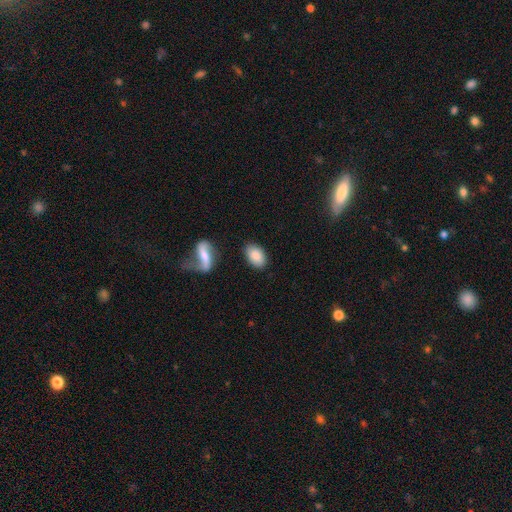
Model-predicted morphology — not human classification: smooth 85%, featured or disk 9%, star or artifact 6%. Down the decision tree: how rounded — in between (90%); merging — none (79%).